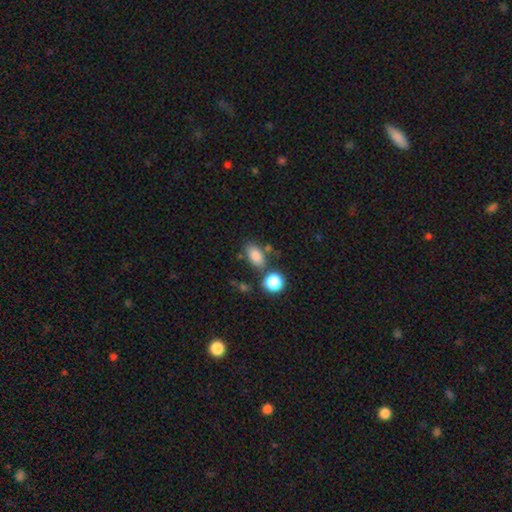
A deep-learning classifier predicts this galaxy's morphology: Overall: smooth (83%). How rounded: in between (85%). Merging: none (67%).